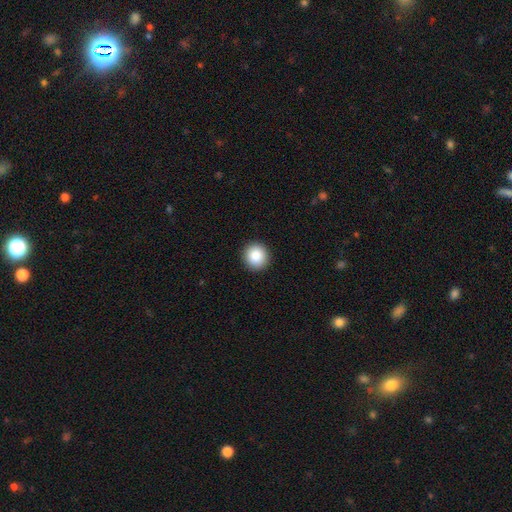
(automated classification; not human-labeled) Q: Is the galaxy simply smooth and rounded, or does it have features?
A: smooth — 88%.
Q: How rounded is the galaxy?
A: round — 93%.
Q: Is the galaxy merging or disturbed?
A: none — 93%.